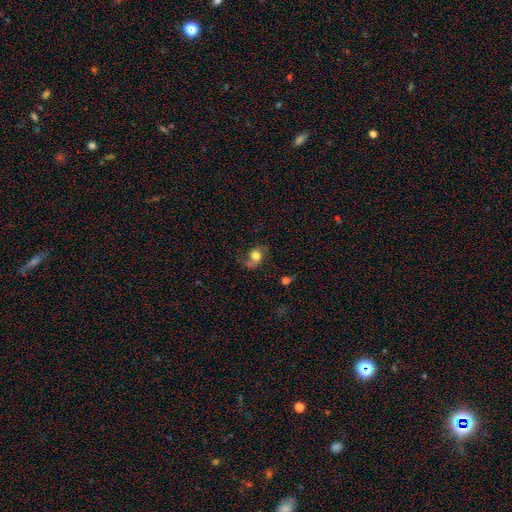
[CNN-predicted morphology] smooth-or-featured: smooth: 59% | featured or disk: 31% | star or artifact: 10%
  how-rounded: in between: 59% | round: 39% | cigar-shaped: 2%
  merging: none: 53% | minor disturbance: 26% | major disturbance: 19% | merger: 3%